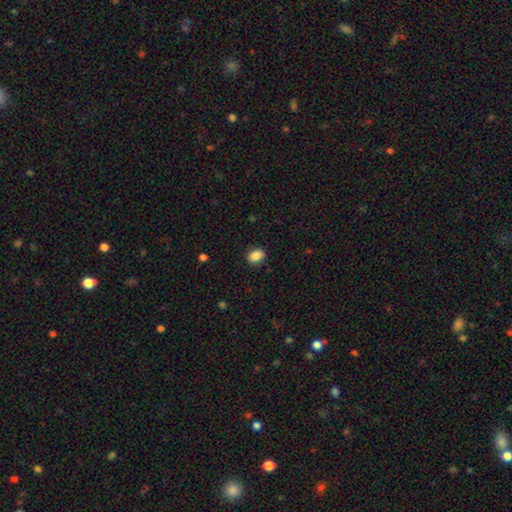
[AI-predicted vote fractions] Smooth or featured? Predicted: smooth (p=0.87). How rounded? Predicted: in between (p=0.64). Merging? Predicted: none (p=0.86).